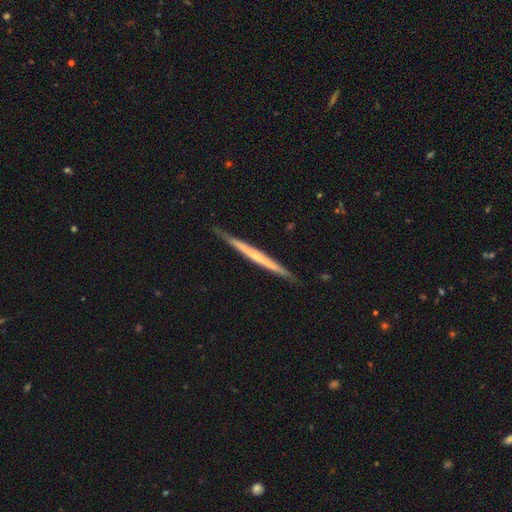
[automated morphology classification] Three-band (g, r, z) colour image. It shows a featured or disk galaxy (64%) viewed edge-on (98%) with no central bulge (73%). Merging: none (89%).